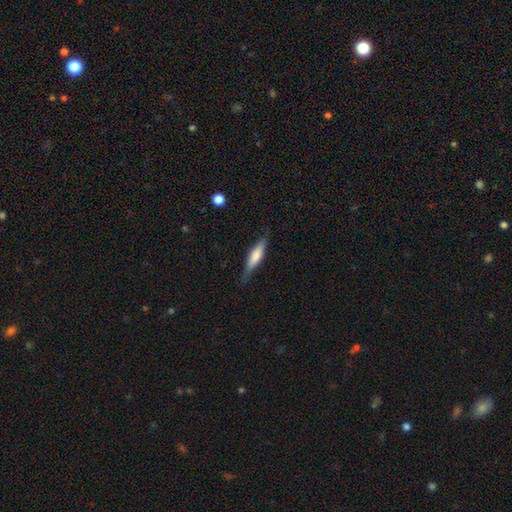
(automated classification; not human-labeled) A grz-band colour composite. It shows a smooth galaxy with no disk features (59%) that is cigar-shaped (74%). Merging: none (80%).